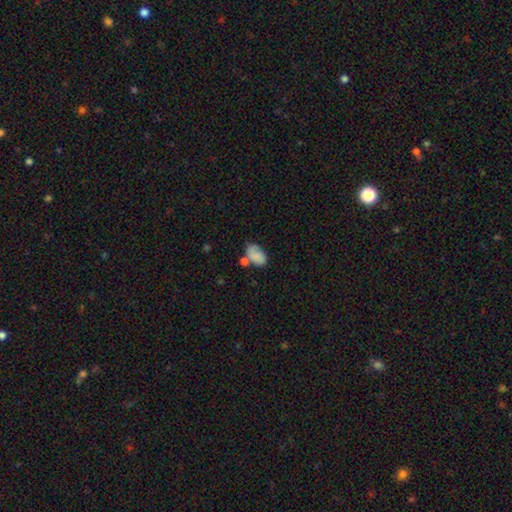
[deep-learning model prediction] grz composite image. It shows a smooth galaxy with no disk features (80%) that is in between round and cigar-shaped (89%). Merging: none (43%).